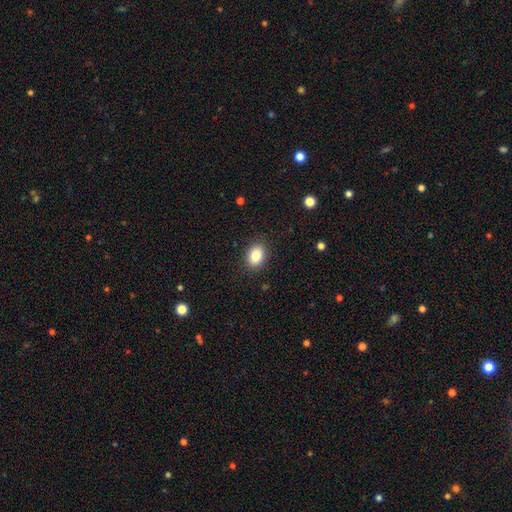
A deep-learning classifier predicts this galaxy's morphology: Smooth or featured? smooth (84%)
How rounded? in between (72%)
Merging? none (89%)